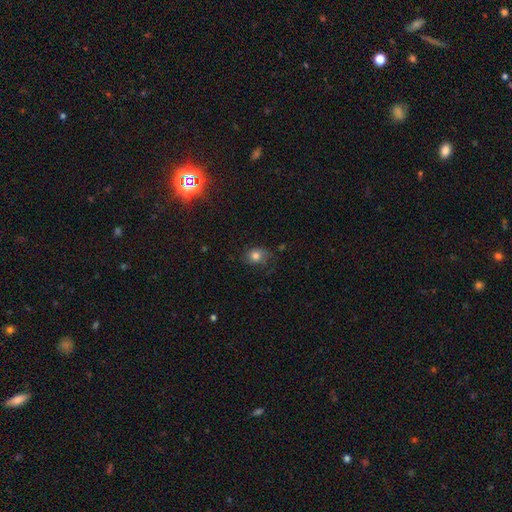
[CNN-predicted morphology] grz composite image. It shows a smooth galaxy with no disk features (69%) that is round (57%). Merging: none (61%).